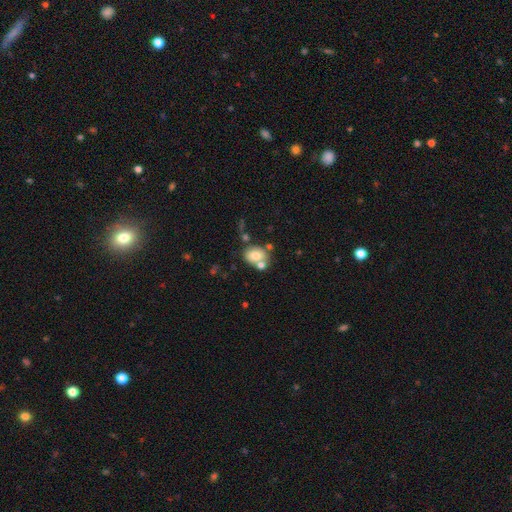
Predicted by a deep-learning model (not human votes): Smooth or featured? Predicted: smooth (p=0.74). How rounded? Predicted: in between (p=0.57). Merging? Predicted: none (p=0.51).